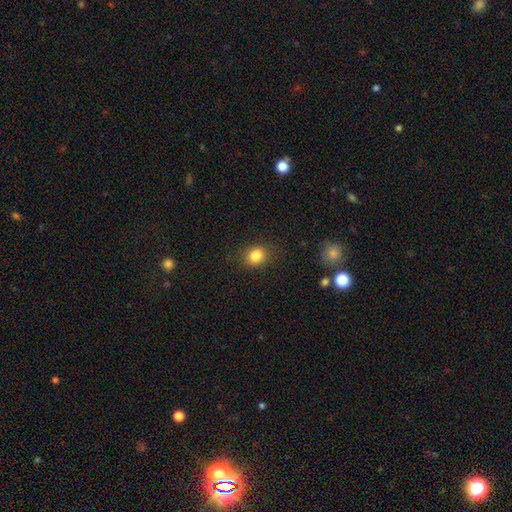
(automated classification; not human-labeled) The model was most divided on "how rounded": round: 59%, in between: 40%, cigar-shaped: 1%. More confident: smooth or featured — smooth (84%); merging — none (84%).